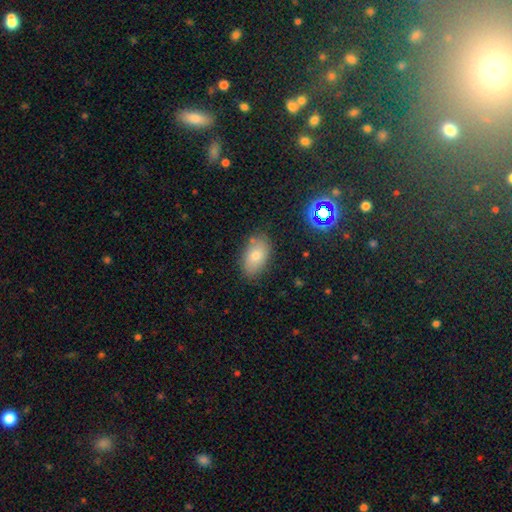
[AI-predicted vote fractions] Smooth or featured? Predicted: smooth (p=0.74). How rounded? Predicted: in between (p=0.91). Merging? Predicted: none (p=0.78).